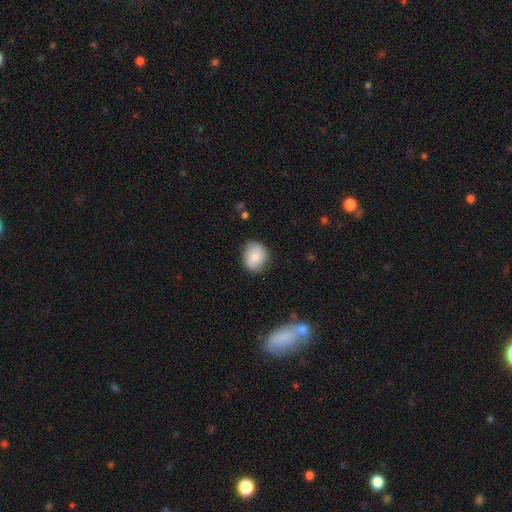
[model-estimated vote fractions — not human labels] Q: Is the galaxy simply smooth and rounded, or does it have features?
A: smooth — 75%.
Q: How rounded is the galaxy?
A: round — 61%.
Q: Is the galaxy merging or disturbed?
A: none — 77%.